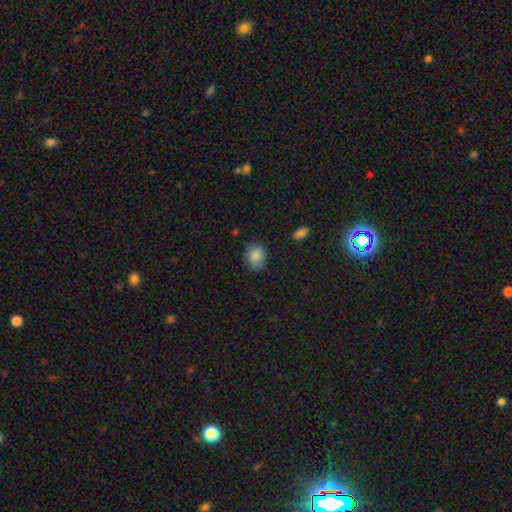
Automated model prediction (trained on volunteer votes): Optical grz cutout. It shows a smooth galaxy with no disk features (86%) that is in between round and cigar-shaped (52%). Merging: none (78%).